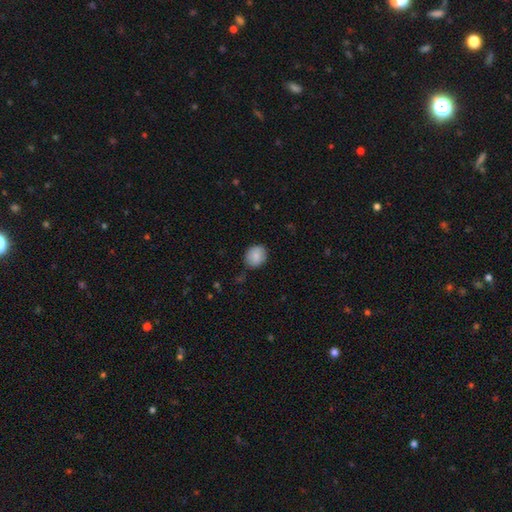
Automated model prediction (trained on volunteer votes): This appears to be a smooth galaxy with no disk features (84%) that is round (67%). Merging: none (77%).